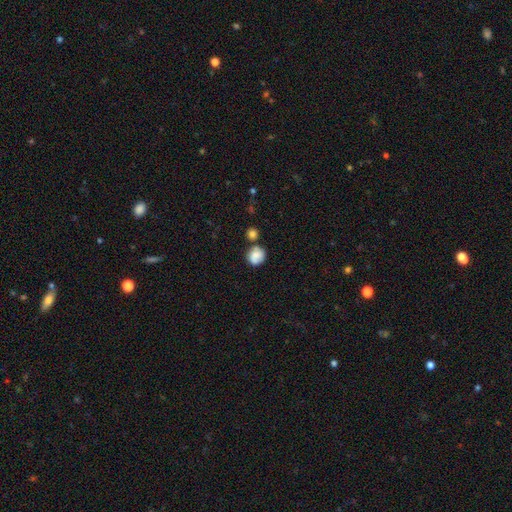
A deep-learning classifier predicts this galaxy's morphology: type=smooth (75%); roundness=round (82%); merging=none (57%).